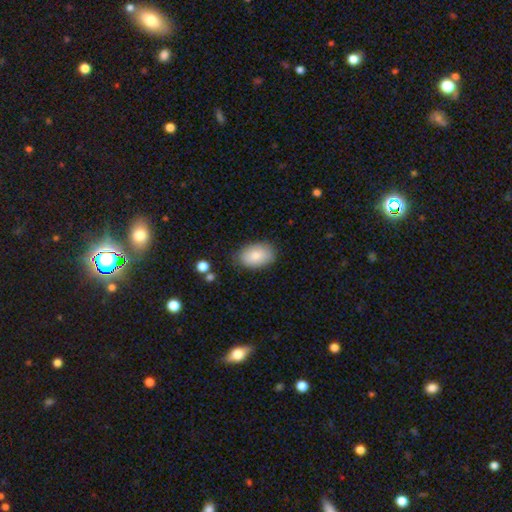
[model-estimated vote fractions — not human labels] This is clearly a smooth galaxy (85%). How rounded: clearly in between (90%). Merging: clearly none (82%).